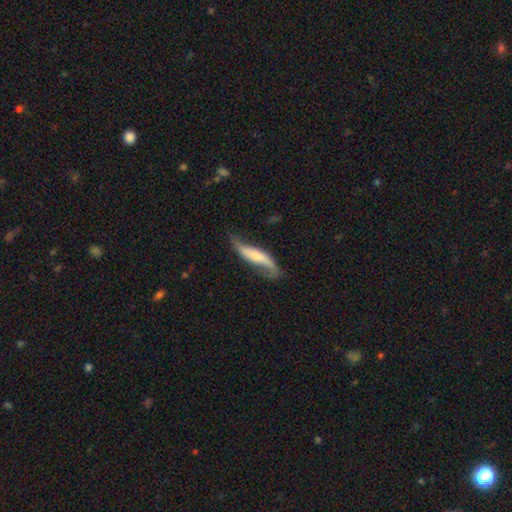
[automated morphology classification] type=featured or disk (68%); edge-on=no (73%); merging=none (58%).